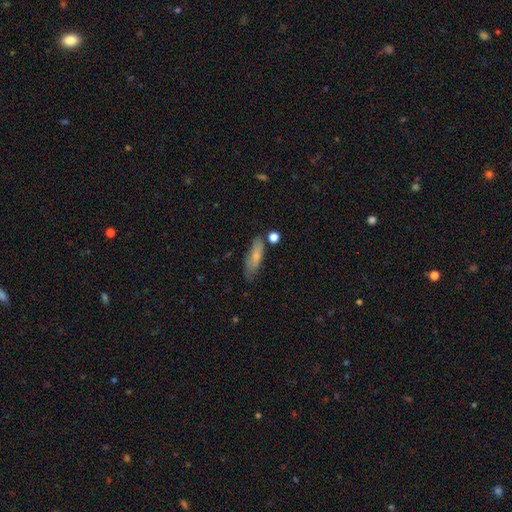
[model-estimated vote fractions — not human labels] This appears to be a smooth galaxy with no disk features (71%) that is in between round and cigar-shaped (50%). Merging: none (63%).